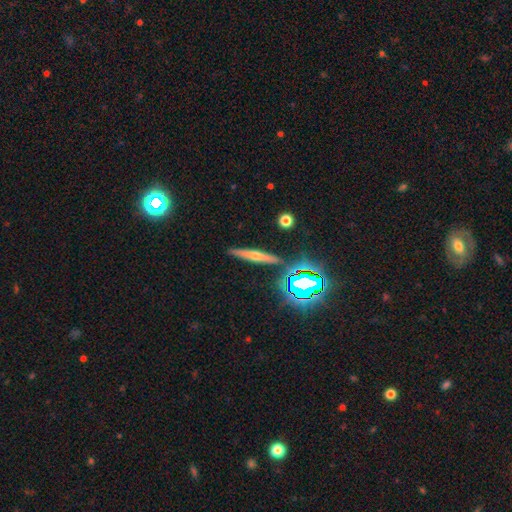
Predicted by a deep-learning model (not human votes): A featured or disk galaxy (54%) viewed edge-on (93%) with a rounded central bulge (84%).

Vote fractions:
- Smooth or featured? featured or disk: 54% / smooth: 24% / star or artifact: 22%
- Edge-on disk? yes: 93% / no: 7%
- Edge-on bulge? rounded: 84% / none: 11% / boxy: 5%
- Merging? none: 88% / minor disturbance: 7% / merger: 3% / major disturbance: 2%